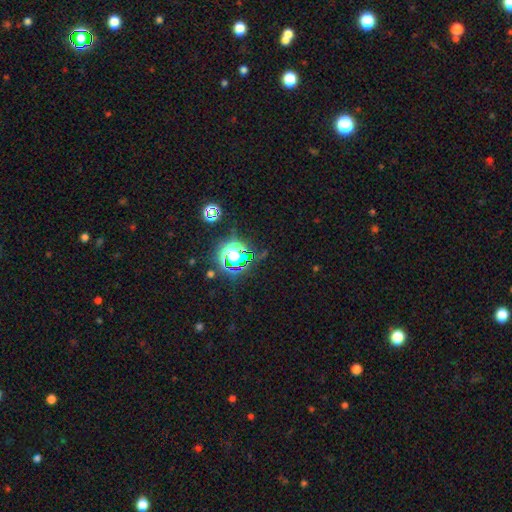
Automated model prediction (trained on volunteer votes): star or artifact 78%, smooth 14%, featured or disk 8%.